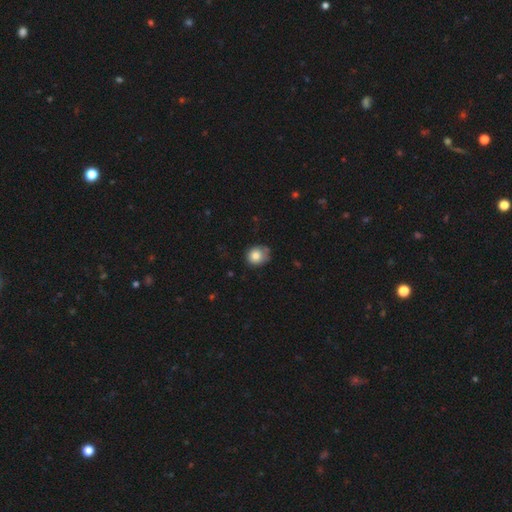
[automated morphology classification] Smooth or featured?
  - smooth: 80% *
  - featured or disk: 10%
  - star or artifact: 9%
How rounded?
  - round: 75% *
  - in between: 24%
  - cigar-shaped: 1%
Merging?
  - none: 62% *
  - minor disturbance: 29%
  - major disturbance: 6%
  - merger: 2%